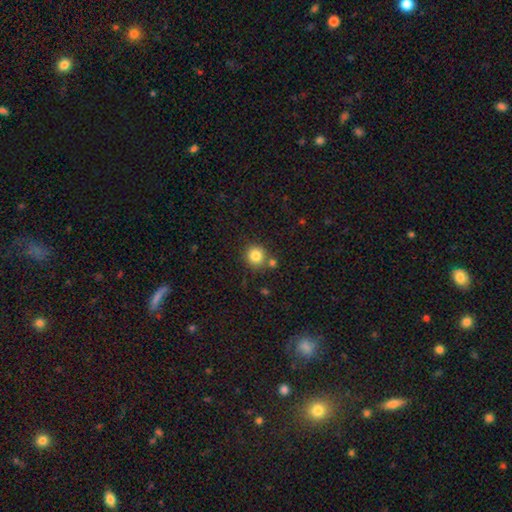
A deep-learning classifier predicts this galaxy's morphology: A smooth galaxy with no disk features (83%) that is round (92%). Merging: none (76%).